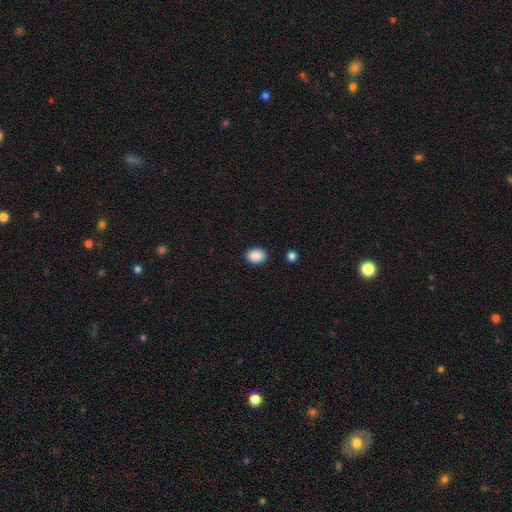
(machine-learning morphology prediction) The model was most divided on "how rounded": in between: 68%, round: 31%, cigar-shaped: 1%. More confident: smooth or featured — smooth (89%); merging — none (88%).